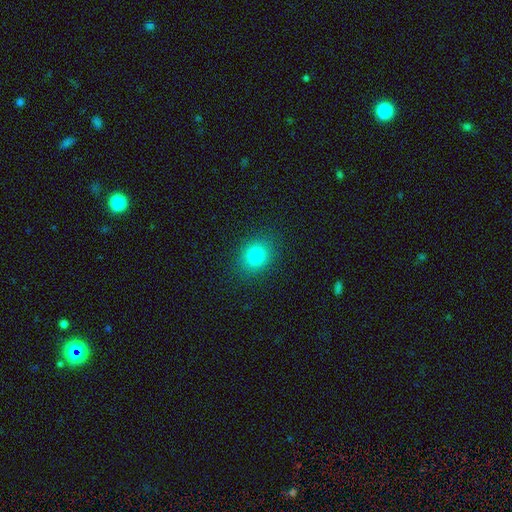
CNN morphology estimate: smooth_or_featured: smooth (p=0.82) [alt: star or artifact p=0.12]
how_rounded: round (p=0.64) [alt: in between p=0.35]
merging: none (p=0.87) [alt: minor disturbance p=0.08]